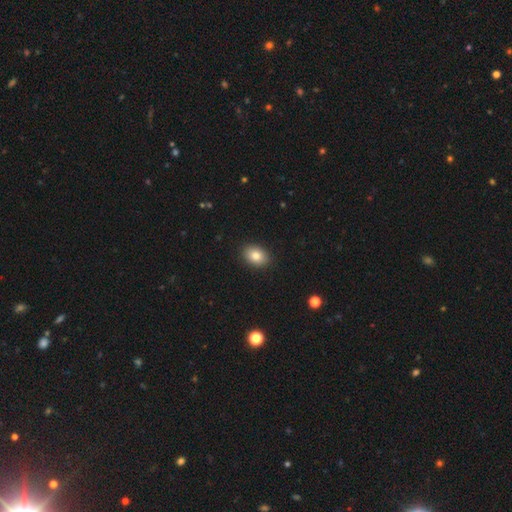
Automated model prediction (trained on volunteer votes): Smooth or featured? Predicted: smooth (p=0.83). How rounded? Predicted: in between (p=0.74). Merging? Predicted: none (p=0.90).